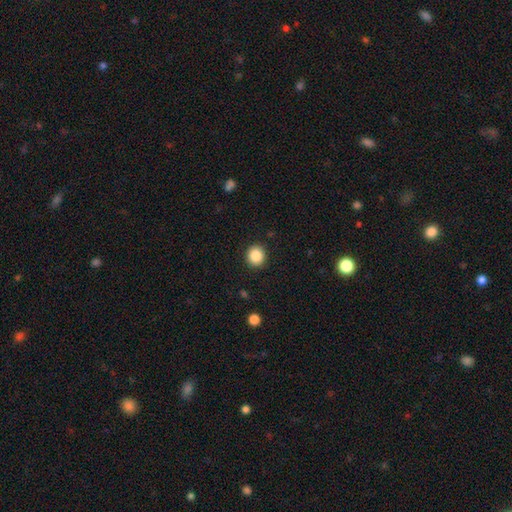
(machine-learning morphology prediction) A smooth galaxy with no disk features (87%) that is round (87%). Merging: none (91%).